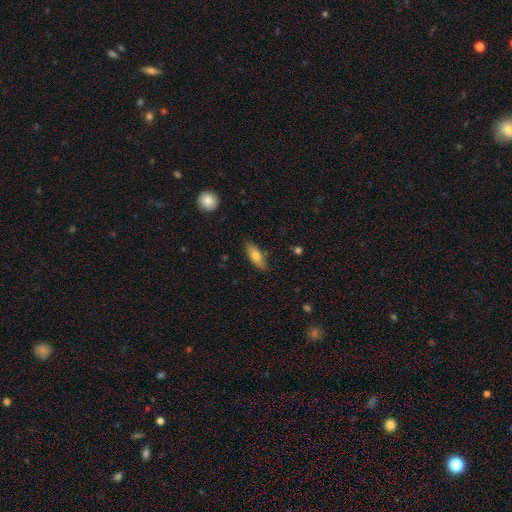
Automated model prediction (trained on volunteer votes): Overall: smooth (70%). How rounded: in between (66%; cigar-shaped 31%). Merging: none (82%).